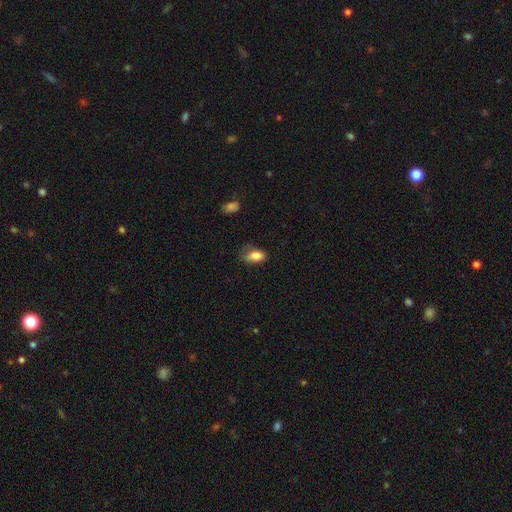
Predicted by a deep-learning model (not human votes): Overall: smooth (84%). How rounded: in between (89%). Merging: none (43%; minor disturbance 38%).